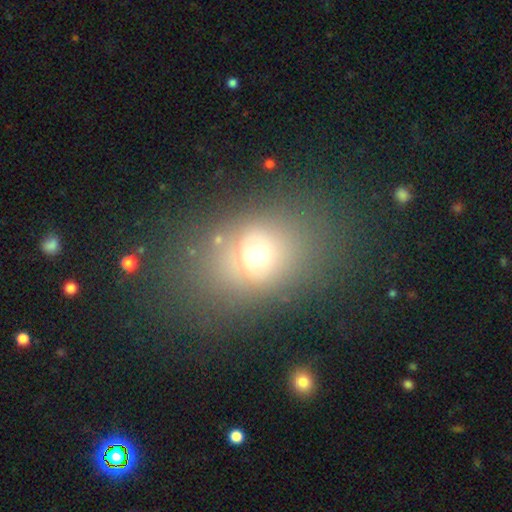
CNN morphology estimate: smooth_or_featured: smooth (p=0.64) [alt: star or artifact p=0.18]
how_rounded: in between (p=0.52) [alt: round p=0.46]
merging: none (p=0.68) [alt: minor disturbance p=0.17]